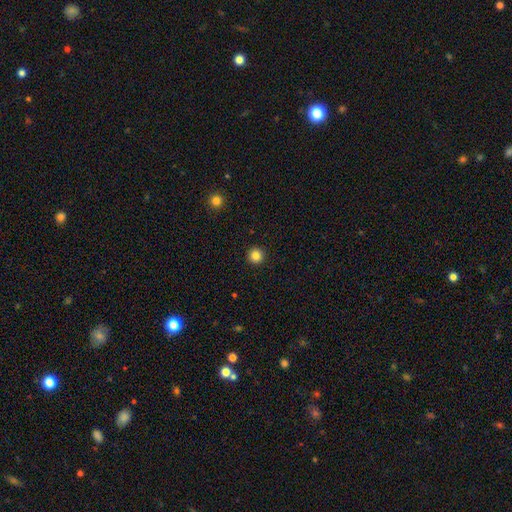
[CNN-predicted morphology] A smooth galaxy with no disk features (84%) that is round (96%). Merging: none (93%).